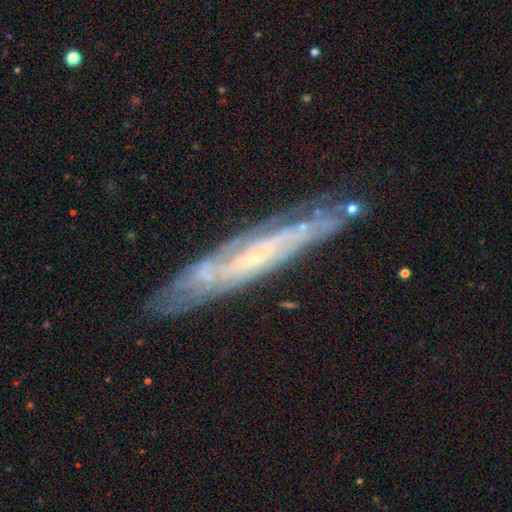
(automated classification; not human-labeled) Morphology: type=featured or disk (76%); edge-on=yes (55%); merging=none (77%).